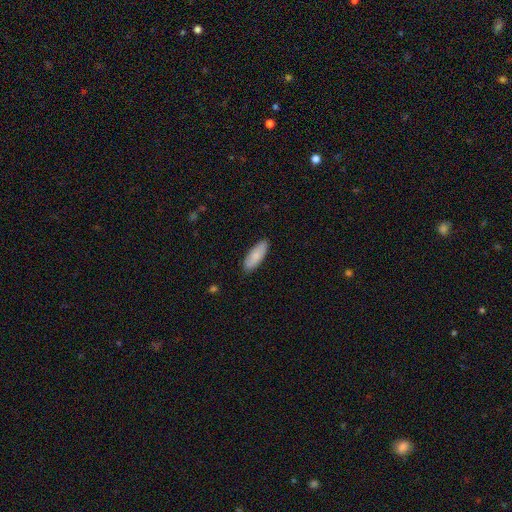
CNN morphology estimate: smooth-or-featured: smooth: 83% | featured or disk: 11% | star or artifact: 5%
  how-rounded: in between: 70% | cigar-shaped: 28% | round: 2%
  merging: none: 85% | minor disturbance: 12% | major disturbance: 2% | merger: 1%